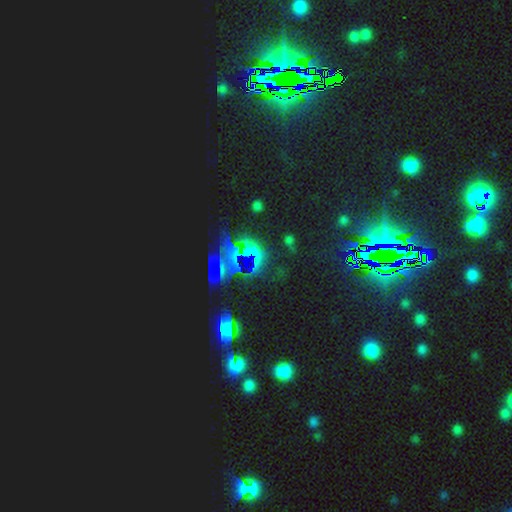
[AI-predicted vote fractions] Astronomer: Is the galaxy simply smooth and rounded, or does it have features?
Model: star or artifact — 68%.